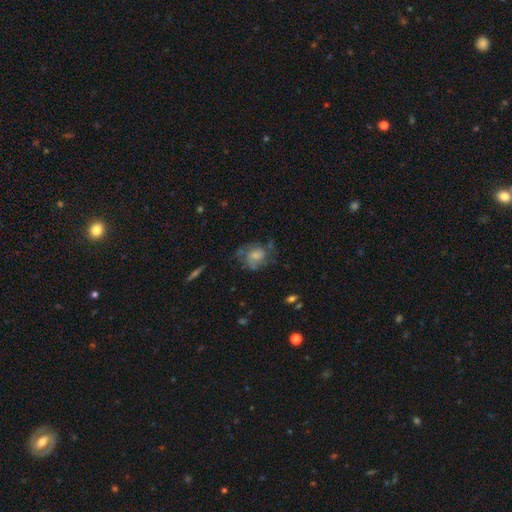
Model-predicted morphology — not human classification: smooth 52%, featured or disk 39%, star or artifact 10%. Down the decision tree: how rounded — round (56%); merging — none (46%).